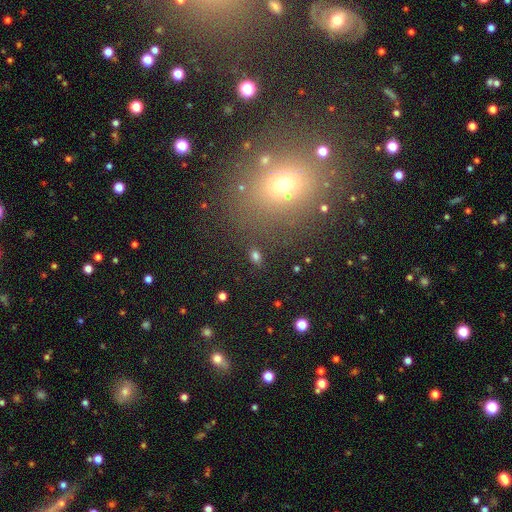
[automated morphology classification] A smooth galaxy with no disk features (52%) that is in between round and cigar-shaped (50%). Merging: none (80%).